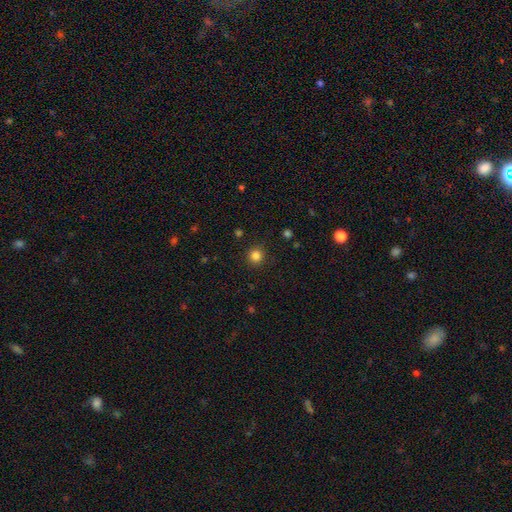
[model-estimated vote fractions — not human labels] Smooth or featured? Predicted: smooth (p=0.83). How rounded? Predicted: round (p=0.93). Merging? Predicted: none (p=0.90).